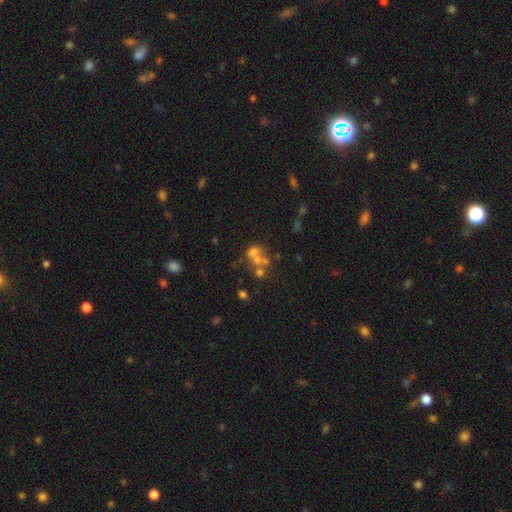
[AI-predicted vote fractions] Smooth or featured: smooth — 48% (featured or disk — 31%)
Merging: merger — 51% (none — 31%)